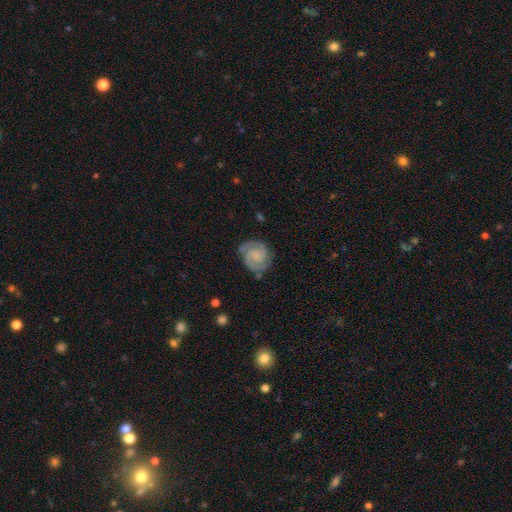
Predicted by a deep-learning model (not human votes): Smooth or featured? Predicted: featured or disk (p=0.86). Edge-on disk? Predicted: no (p=0.98). Bar? Predicted: no (p=0.61). Spiral arms? Predicted: yes (p=0.98). Spiral winding? Predicted: tight (p=0.63). Spiral arm count? Predicted: 2 (p=0.83). Bulge size? Predicted: none (p=0.46). Merging? Predicted: none (p=0.77).